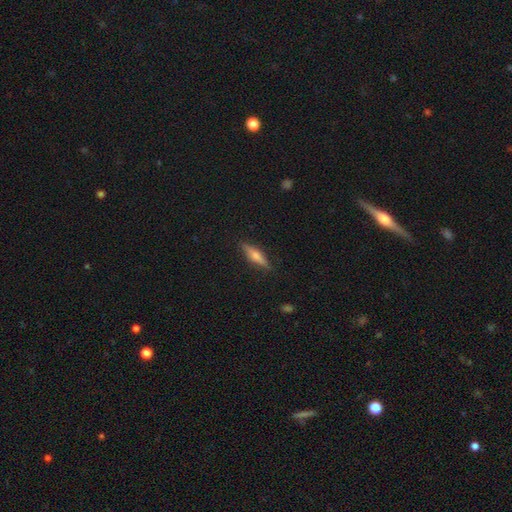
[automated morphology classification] Smooth or featured? Predicted: featured or disk (p=0.49). Merging? Predicted: none (p=0.87).